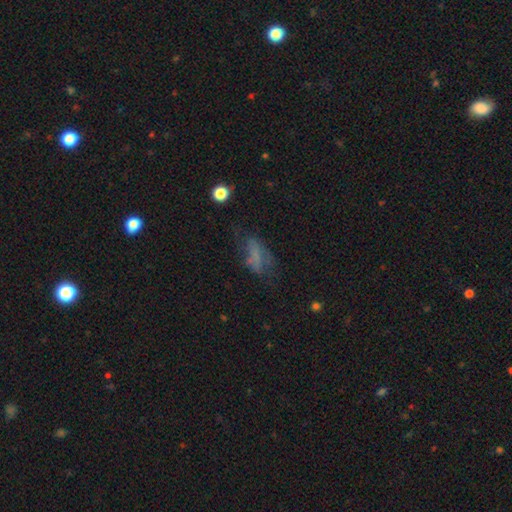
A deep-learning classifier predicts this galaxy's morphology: smooth_or_featured: smooth (p=0.51) [alt: featured or disk p=0.30]
how_rounded: in between (p=0.76) [alt: cigar-shaped p=0.18]
merging: none (p=0.41) [alt: major disturbance p=0.29]